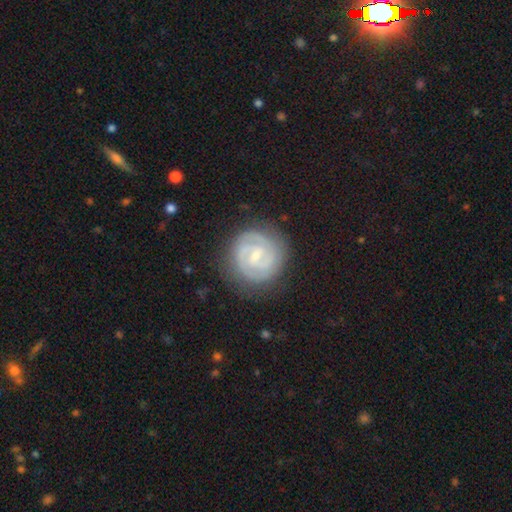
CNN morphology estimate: Smooth or featured? Predicted: featured or disk (p=0.85). Edge-on disk? Predicted: no (p=0.98). Bar? Predicted: weak (p=0.53). Spiral arms? Predicted: yes (p=0.97). Spiral winding? Predicted: tight (p=0.72). Spiral arm count? Predicted: 2 (p=0.78). Bulge size? Predicted: small (p=0.63). Merging? Predicted: none (p=0.83).